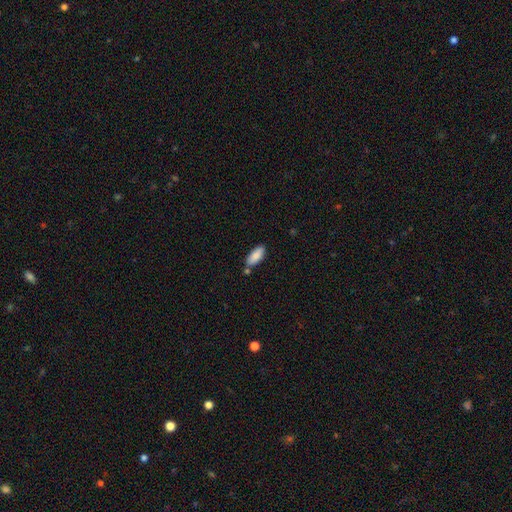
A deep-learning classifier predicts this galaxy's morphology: Smooth or featured? smooth (86%)
How rounded? in between (82%)
Merging? none (73%)